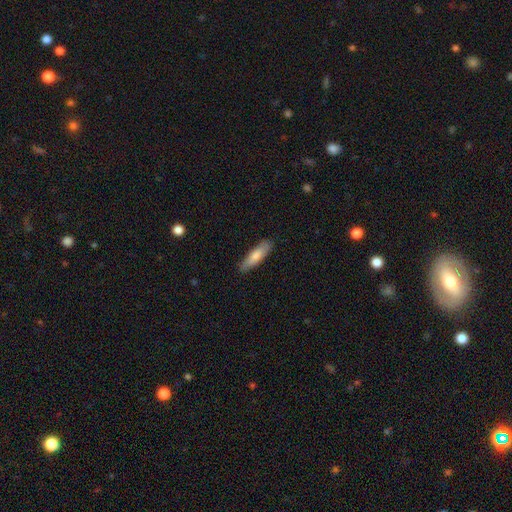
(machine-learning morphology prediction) Smooth or featured?
  - smooth: 70% *
  - featured or disk: 24%
  - star or artifact: 6%
How rounded?
  - cigar-shaped: 70% *
  - in between: 29%
  - round: 2%
Merging?
  - none: 86% *
  - minor disturbance: 11%
  - major disturbance: 2%
  - merger: 1%